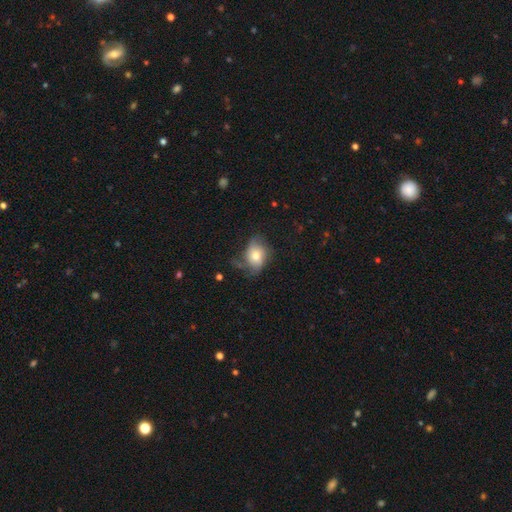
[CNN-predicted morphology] smooth_or_featured: smooth (p=0.68) [alt: featured or disk p=0.23]
how_rounded: in between (p=0.69) [alt: round p=0.29]
merging: none (p=0.49) [alt: minor disturbance p=0.33]